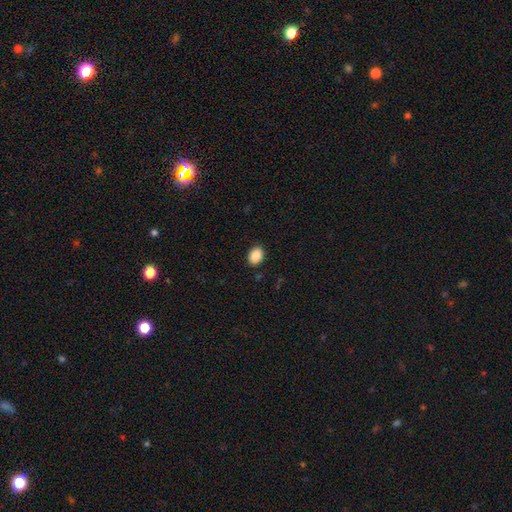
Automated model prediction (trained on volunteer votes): A smooth galaxy with no disk features (88%) that is in between round and cigar-shaped (75%).

Vote fractions:
- Smooth or featured? smooth: 88% / star or artifact: 8% / featured or disk: 4%
- How rounded? in between: 75% / round: 24% / cigar-shaped: 1%
- Merging? none: 90% / minor disturbance: 7% / major disturbance: 2% / merger: 1%